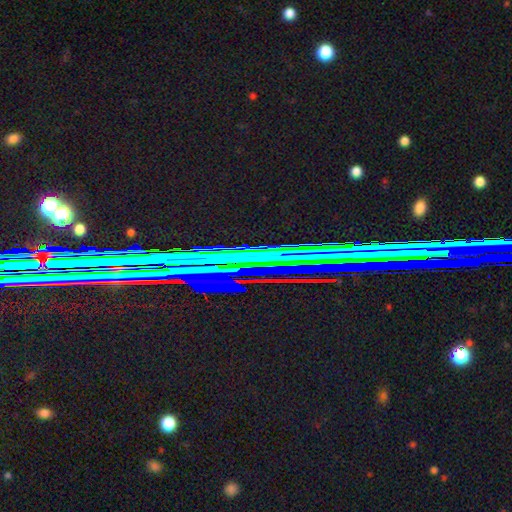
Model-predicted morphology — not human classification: smooth_or_featured: star or artifact (p=0.72) [alt: featured or disk p=0.15]